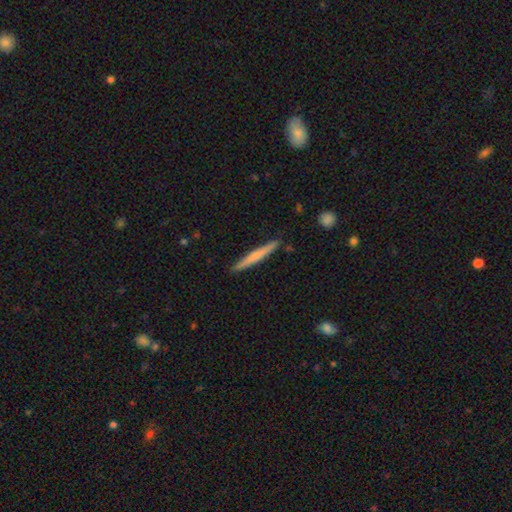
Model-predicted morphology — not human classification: smooth-or-featured: smooth: 54% | featured or disk: 40% | star or artifact: 5%
  how-rounded: cigar-shaped: 96% | in between: 3% | round: 1%
  merging: none: 90% | minor disturbance: 7% | merger: 1% | major disturbance: 1%